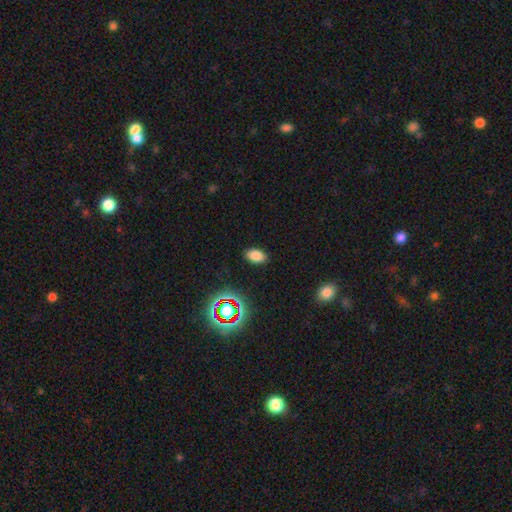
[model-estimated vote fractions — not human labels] This is likely a smooth galaxy (78%). How rounded: clearly in between (90%). Merging: clearly none (87%).